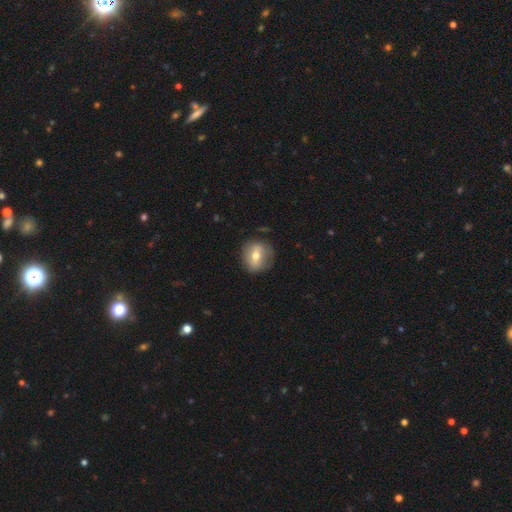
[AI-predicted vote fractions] A smooth galaxy with no disk features (50%) that is round (77%). Merging: none (81%).